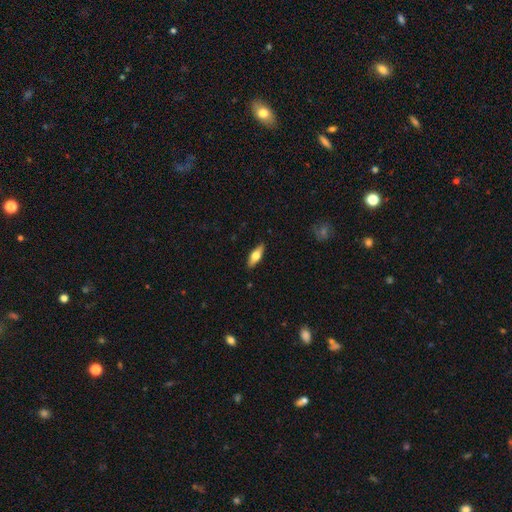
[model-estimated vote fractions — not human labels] smooth-or-featured: smooth: 54% | featured or disk: 40% | star or artifact: 6%
  how-rounded: in between: 58% | cigar-shaped: 40% | round: 3%
  merging: none: 89% | minor disturbance: 8% | major disturbance: 2% | merger: 1%